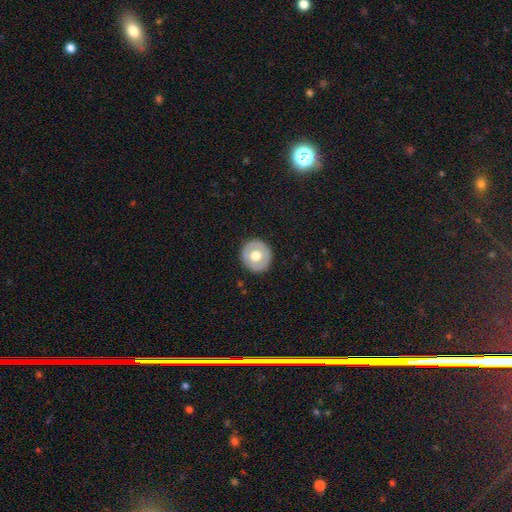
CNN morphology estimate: This appears to be a smooth galaxy with no disk features (57%) that is round (92%). Merging: none (89%).